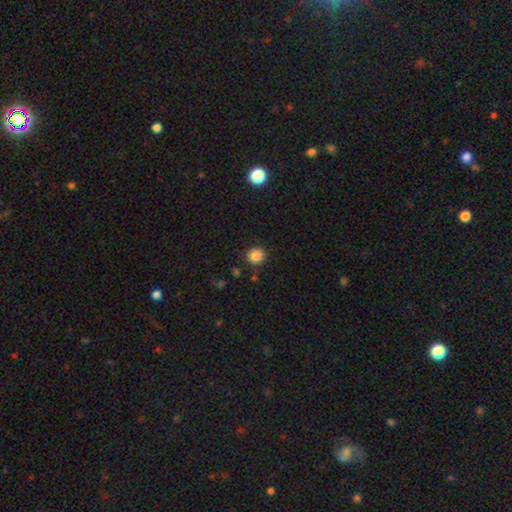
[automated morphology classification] smooth-or-featured: smooth: 85% | star or artifact: 11% | featured or disk: 4%
  how-rounded: round: 89% | in between: 10% | cigar-shaped: 1%
  merging: none: 85% | minor disturbance: 10% | merger: 3% | major disturbance: 3%